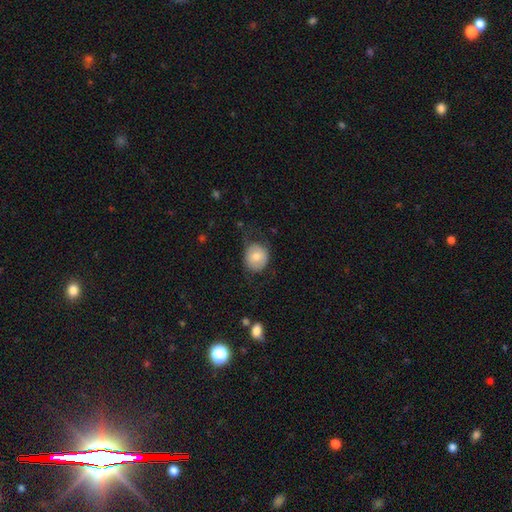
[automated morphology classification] type=smooth (72%); roundness=round (75%); merging=none (57%).